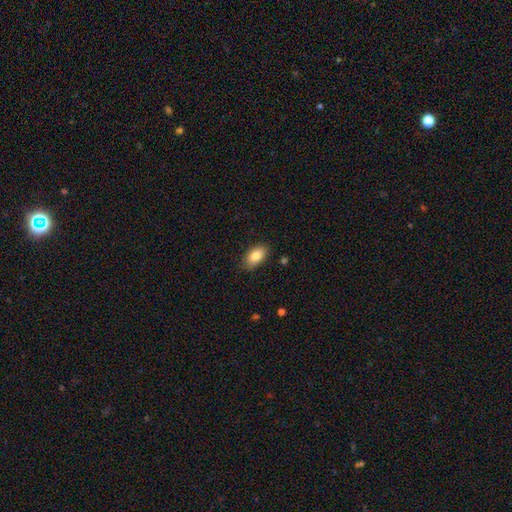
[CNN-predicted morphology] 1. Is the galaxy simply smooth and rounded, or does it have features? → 84% smooth, 8% featured or disk, 7% star or artifact.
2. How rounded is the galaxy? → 92% in between, 5% round, 3% cigar-shaped.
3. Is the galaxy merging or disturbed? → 84% none, 12% minor disturbance, 2% major disturbance, 1% merger.